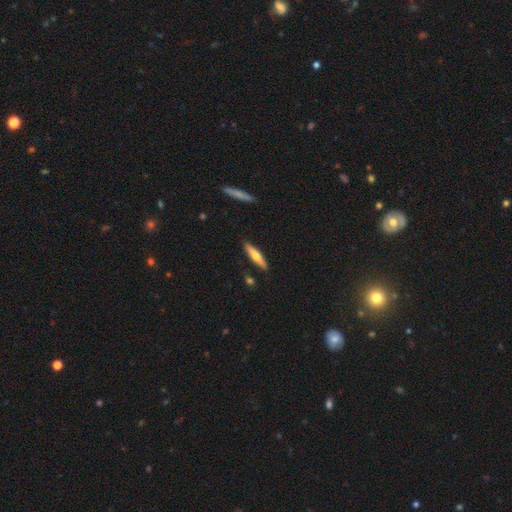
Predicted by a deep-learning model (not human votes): This appears to be a smooth galaxy with no disk features (54%) that is cigar-shaped (82%). Merging: none (89%).